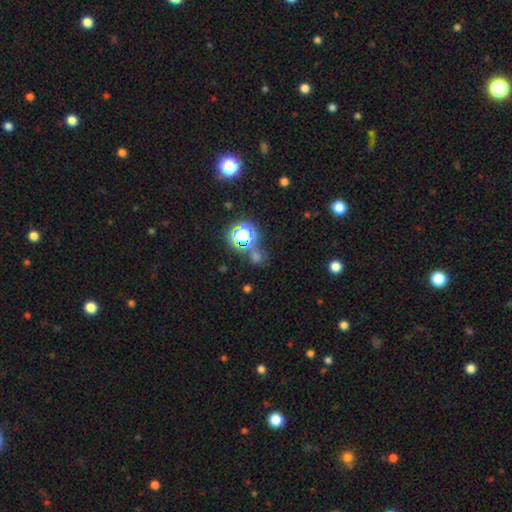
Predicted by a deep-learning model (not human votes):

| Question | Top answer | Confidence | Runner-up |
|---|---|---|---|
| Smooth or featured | star or artifact | 50% | smooth (42%) |